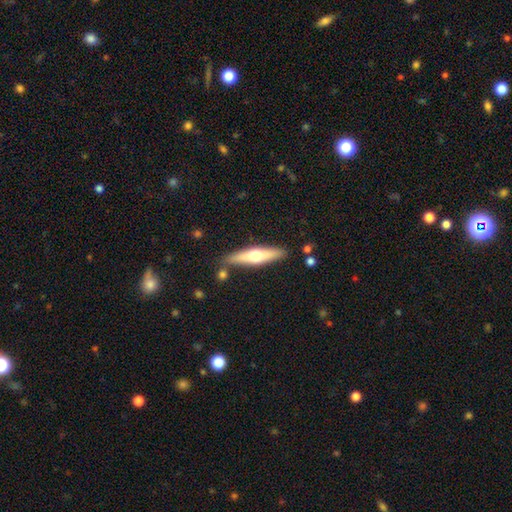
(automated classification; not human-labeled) The model was most divided on "smooth or featured": featured or disk: 51%, smooth: 44%, star or artifact: 5%. More confident: edge-on disk — yes (91%); merging — none (82%).